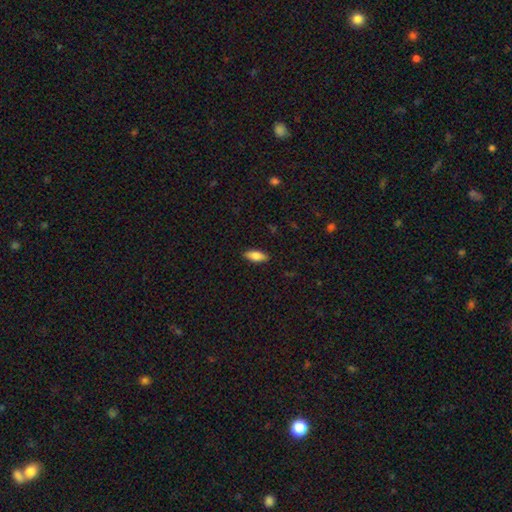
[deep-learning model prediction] Q: Smooth or featured?
A: smooth (79%); runner-up: featured or disk (14%)
Q: How rounded?
A: in between (80%); runner-up: cigar-shaped (18%)
Q: Merging?
A: none (88%); runner-up: minor disturbance (9%)